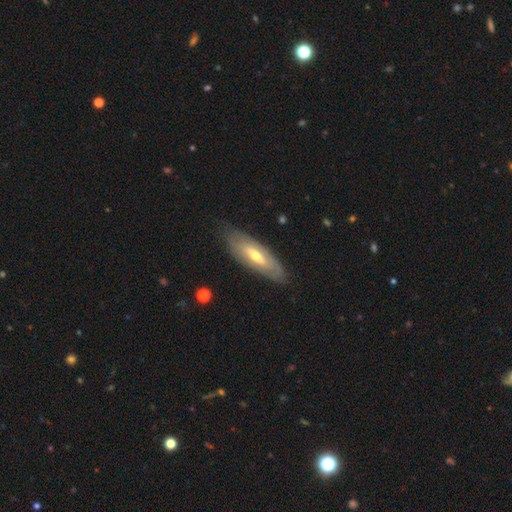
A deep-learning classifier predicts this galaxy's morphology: smooth_or_featured: featured or disk (p=0.58) [alt: smooth p=0.36]
disk_edge_on: no (p=0.64) [alt: yes p=0.36]
merging: none (p=0.82) [alt: minor disturbance p=0.14]